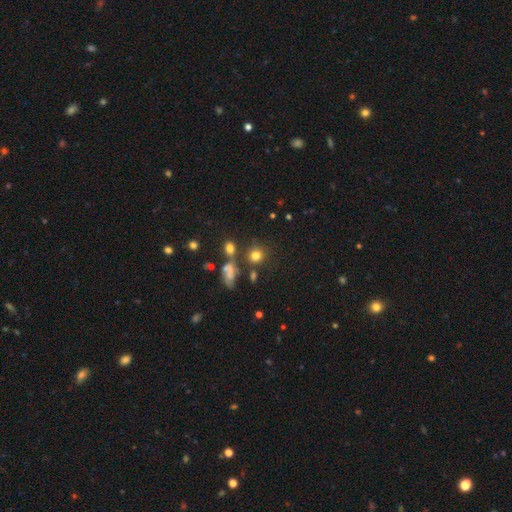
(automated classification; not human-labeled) smooth_or_featured: smooth (p=0.74) [alt: star or artifact p=0.15]
how_rounded: round (p=0.82) [alt: in between p=0.16]
merging: none (p=0.65) [alt: merger p=0.15]